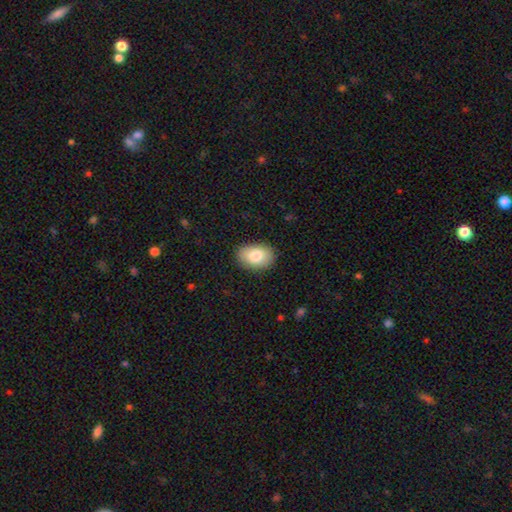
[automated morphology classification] A smooth galaxy with no disk features (82%) that is in between round and cigar-shaped (85%).

Vote fractions:
- Smooth or featured? smooth: 82% / featured or disk: 11% / star or artifact: 7%
- How rounded? in between: 85% / round: 14% / cigar-shaped: 1%
- Merging? none: 88% / minor disturbance: 9% / major disturbance: 2% / merger: 1%